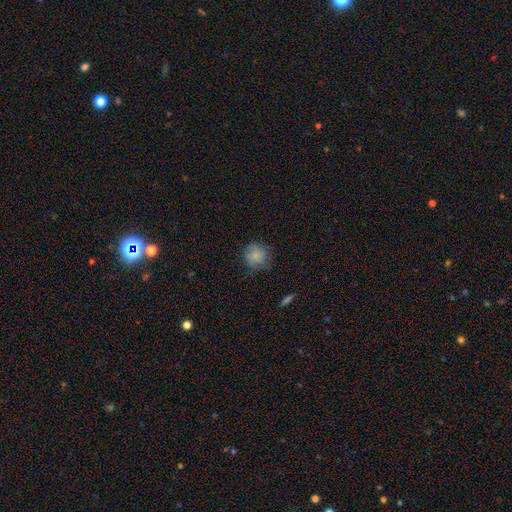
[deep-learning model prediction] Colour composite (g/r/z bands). It shows a smooth galaxy with no disk features (77%) that is round (85%). Merging: none (66%).